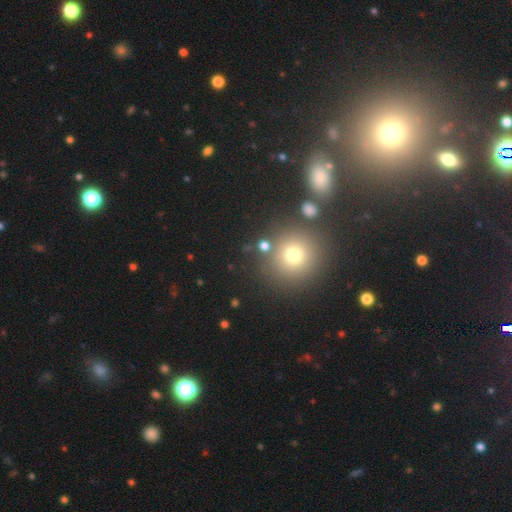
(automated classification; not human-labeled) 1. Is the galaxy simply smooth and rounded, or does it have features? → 51% smooth, 40% star or artifact, 9% featured or disk.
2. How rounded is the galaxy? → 90% round, 9% in between, 1% cigar-shaped.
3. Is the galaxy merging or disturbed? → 82% none, 8% merger, 7% minor disturbance, 3% major disturbance.